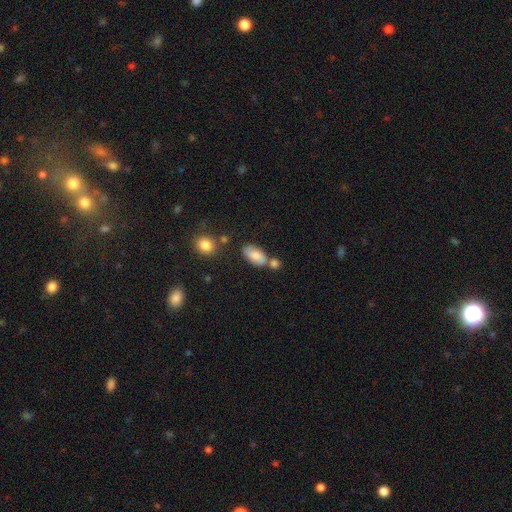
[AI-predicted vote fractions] Overall: smooth (81%). How rounded: in between (92%). Merging: none (60%; merger 20%).